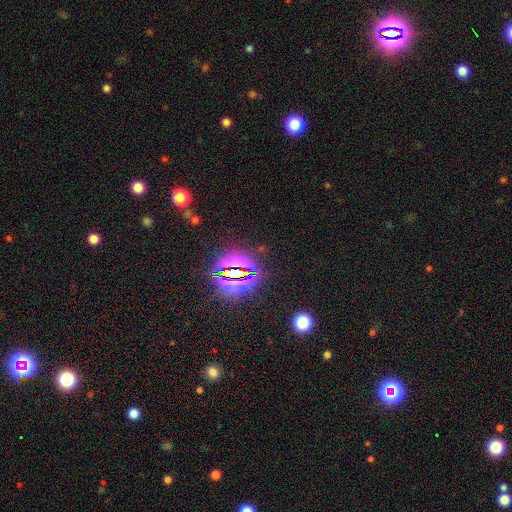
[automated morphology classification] Smooth or featured? Predicted: star or artifact (p=0.82).